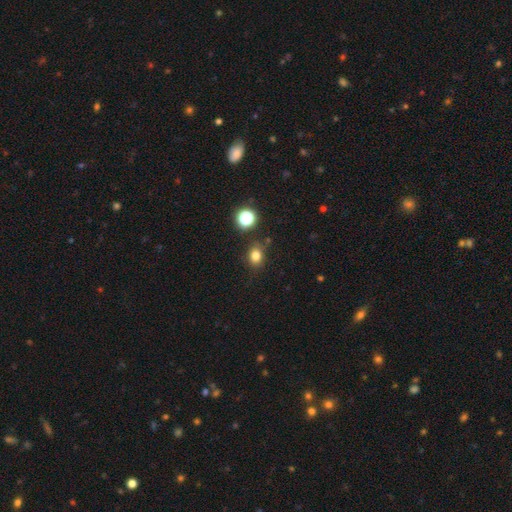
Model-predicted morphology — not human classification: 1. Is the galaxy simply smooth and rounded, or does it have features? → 78% smooth, 15% star or artifact, 6% featured or disk.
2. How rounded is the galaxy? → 54% round, 45% in between, 1% cigar-shaped.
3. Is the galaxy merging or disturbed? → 78% none, 14% minor disturbance, 4% merger, 4% major disturbance.